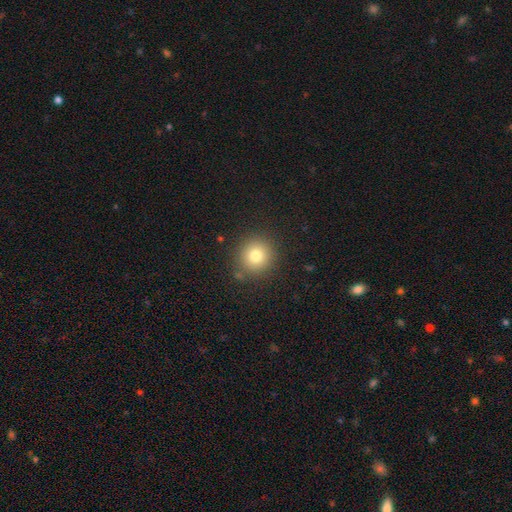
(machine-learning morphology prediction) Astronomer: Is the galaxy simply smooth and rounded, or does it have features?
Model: smooth — 79%.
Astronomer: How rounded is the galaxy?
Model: round — 91%.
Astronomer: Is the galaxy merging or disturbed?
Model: none — 86%.